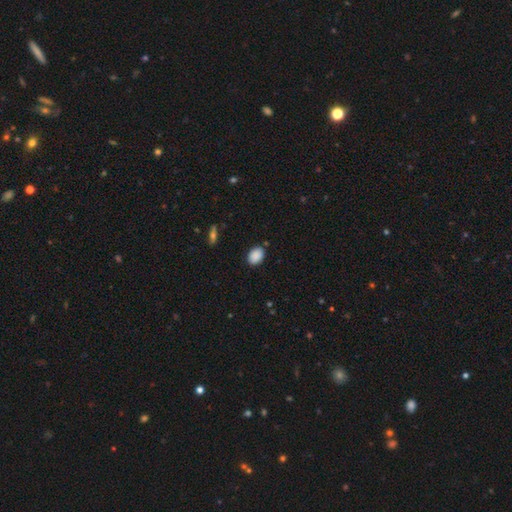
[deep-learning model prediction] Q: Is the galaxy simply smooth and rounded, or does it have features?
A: smooth — 89%.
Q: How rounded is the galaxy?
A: in between — 77%.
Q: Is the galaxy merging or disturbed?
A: none — 84%.